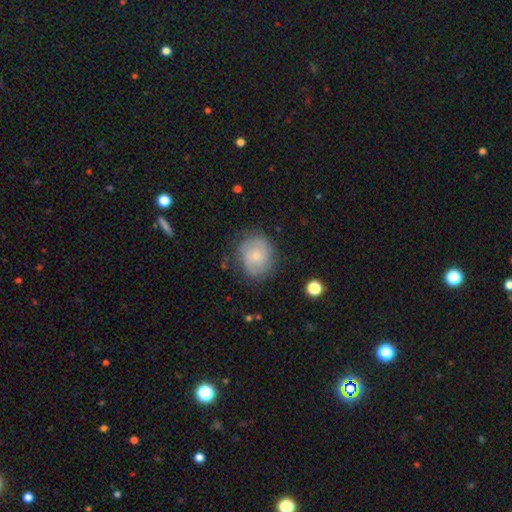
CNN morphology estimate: A smooth galaxy with no disk features (48%). Merging: none (69%).